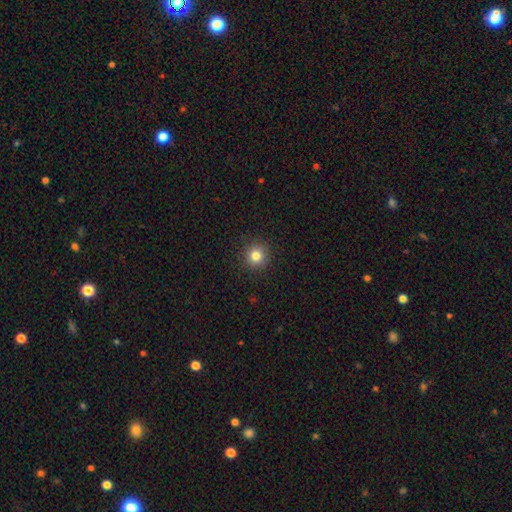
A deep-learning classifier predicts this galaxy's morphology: Smooth or featured? smooth (82%)
How rounded? round (93%)
Merging? none (92%)